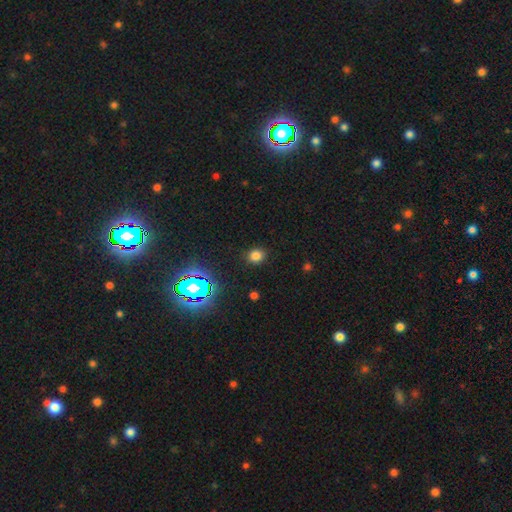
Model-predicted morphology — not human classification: Overall: smooth (75%). How rounded: round (74%). Merging: none (87%).